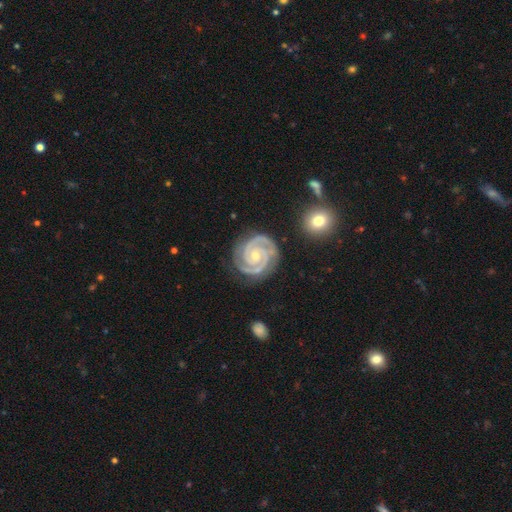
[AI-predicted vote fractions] A featured or disk galaxy (94%) with no bar (67%), 2 (84%) tight (79%) spiral arms (99%) and a small central bulge (63%). Merging: none (81%).